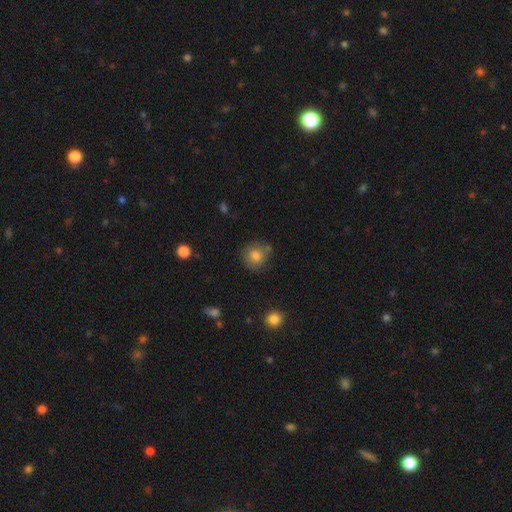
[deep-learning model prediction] Overall: smooth (80%). How rounded: round (89%). Merging: none (74%).